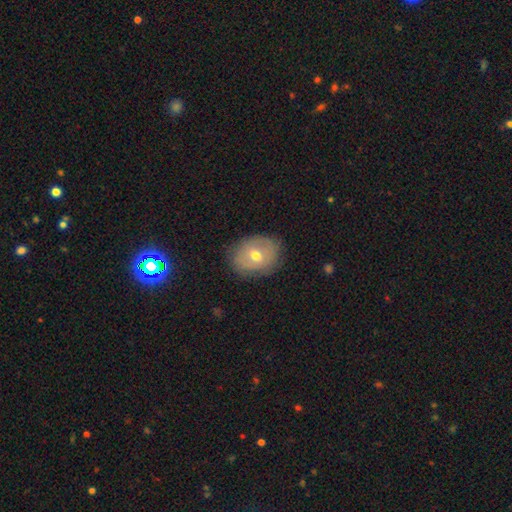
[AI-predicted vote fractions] This appears to be a smooth galaxy with no disk features (53%) that is in between round and cigar-shaped (57%). Merging: none (78%).